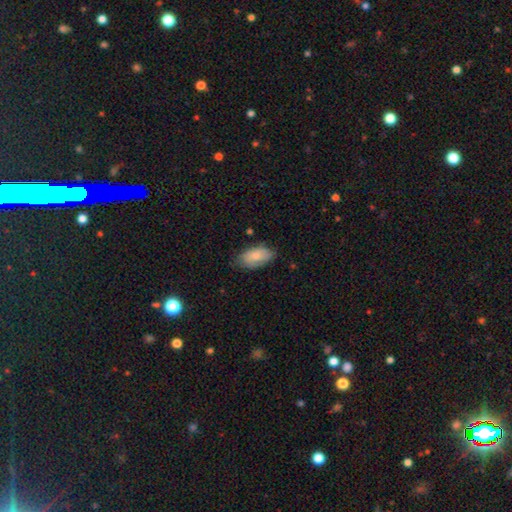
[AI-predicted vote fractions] smooth 77%, featured or disk 17%, star or artifact 6%. Down the decision tree: how rounded — in between (94%); merging — none (69%).